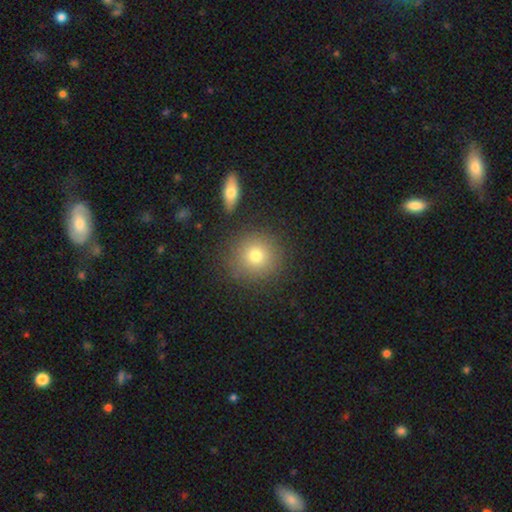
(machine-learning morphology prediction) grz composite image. It shows a smooth galaxy with no disk features (76%) that is round (91%). Merging: none (85%).